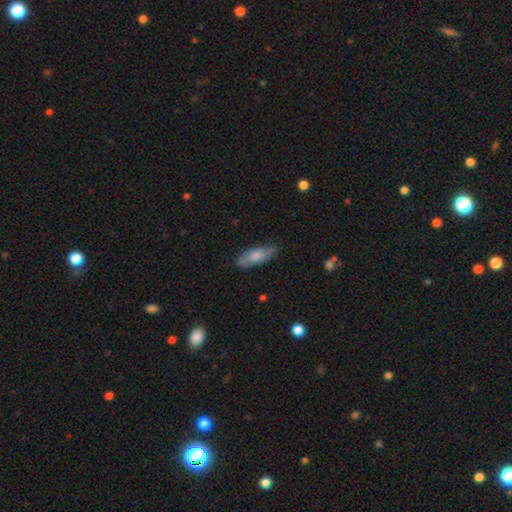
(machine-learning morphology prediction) Smooth or featured?
  - smooth: 73% *
  - featured or disk: 21%
  - star or artifact: 6%
How rounded?
  - in between: 57% *
  - cigar-shaped: 41%
  - round: 2%
Merging?
  - none: 79% *
  - minor disturbance: 17%
  - major disturbance: 3%
  - merger: 1%